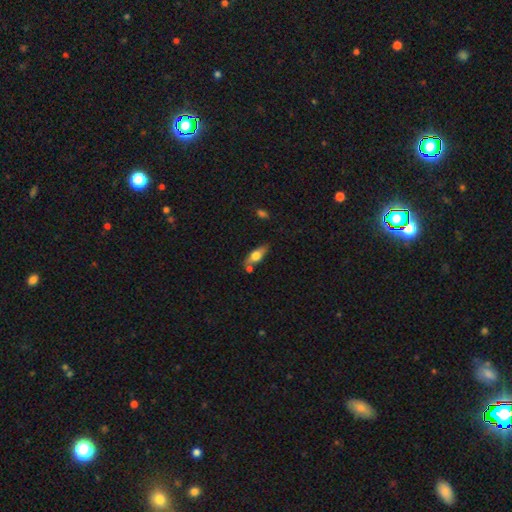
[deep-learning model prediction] The model was most divided on "smooth or featured": smooth: 61%, featured or disk: 33%, star or artifact: 6%. More confident: how rounded — in between (69%); merging — none (66%).